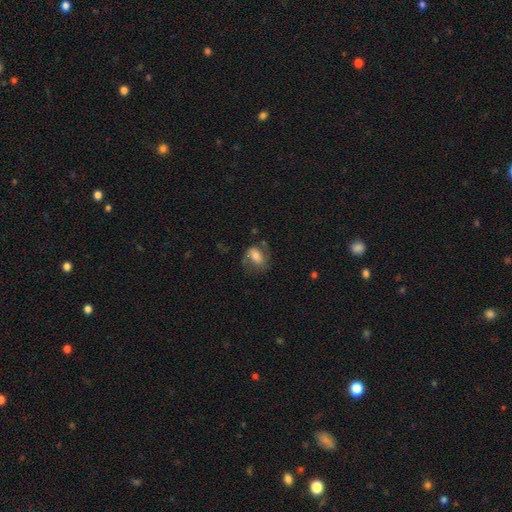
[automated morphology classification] smooth 46%, featured or disk 45%, star or artifact 9%. Down the decision tree: merging — none (54%).